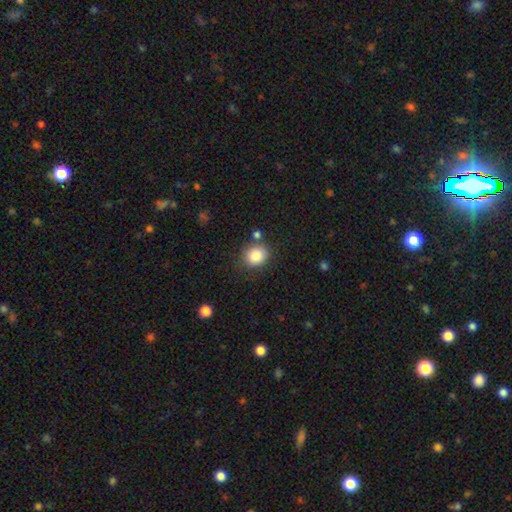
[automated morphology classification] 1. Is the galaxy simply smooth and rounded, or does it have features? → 85% smooth, 9% star or artifact, 5% featured or disk.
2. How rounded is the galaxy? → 69% round, 30% in between, 1% cigar-shaped.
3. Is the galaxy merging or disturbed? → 75% none, 13% minor disturbance, 8% merger, 4% major disturbance.